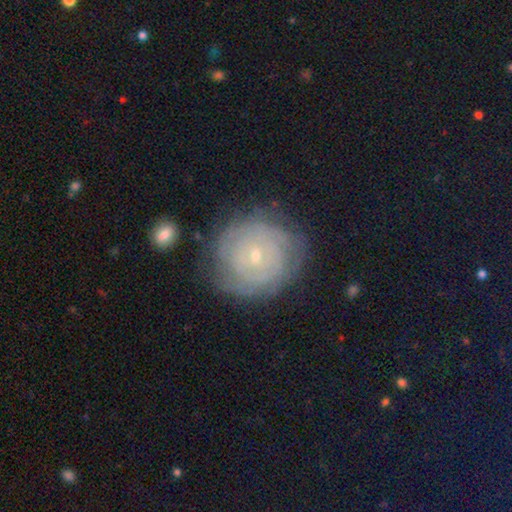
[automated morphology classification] smooth-or-featured: featured or disk: 72% | smooth: 21% | star or artifact: 7%
  disk-edge-on: no: 97% | yes: 3%
    bar: no: 76% | weak: 20% | strong: 4%
    has-spiral-arms: yes: 85% | no: 15%
      spiral-winding: tight: 84% | medium: 12% | loose: 4%
      spiral-arm-count: can't tell: 51% | 2: 17% | 3: 11% | 4: 9% | more than 4: 6% | 1: 6%
    bulge-size: small: 81% | moderate: 16% | none: 1% | large: 1% | dominant: 1%
  merging: none: 77% | minor disturbance: 16% | major disturbance: 6% | merger: 2%